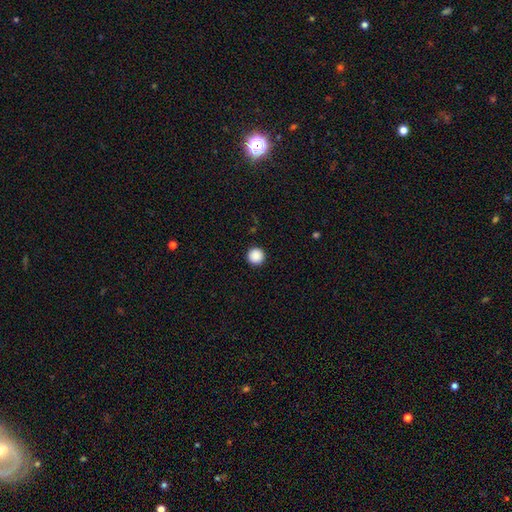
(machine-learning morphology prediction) This appears to be a smooth galaxy with no disk features (89%) that is round (97%). Merging: none (94%).